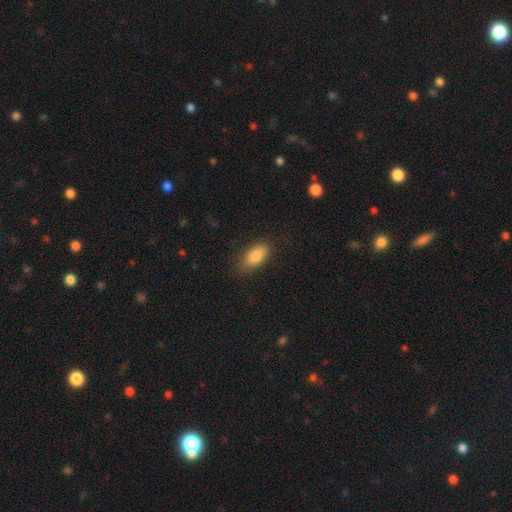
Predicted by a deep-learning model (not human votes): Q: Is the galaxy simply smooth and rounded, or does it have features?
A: smooth — 85%.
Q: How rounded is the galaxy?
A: in between — 89%.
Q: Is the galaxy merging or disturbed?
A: none — 83%.